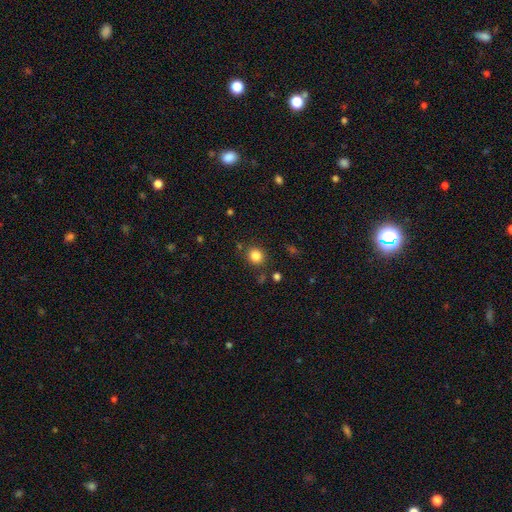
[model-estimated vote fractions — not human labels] The model was most divided on "how rounded": round: 81%, in between: 18%, cigar-shaped: 1%. More confident: smooth or featured — smooth (84%); merging — none (83%).